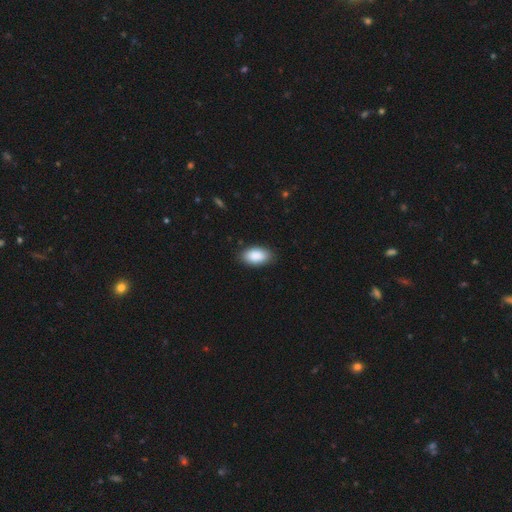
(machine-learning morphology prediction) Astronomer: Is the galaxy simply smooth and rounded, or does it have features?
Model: smooth — 90%.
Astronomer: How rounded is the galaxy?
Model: in between — 95%.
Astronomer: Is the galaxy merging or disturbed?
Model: none — 86%.